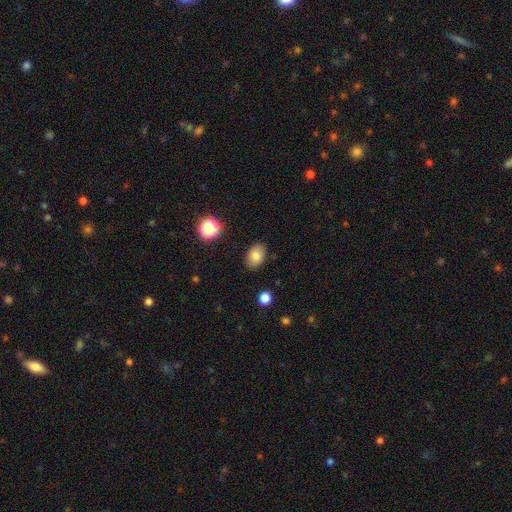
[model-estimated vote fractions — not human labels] smooth_or_featured: smooth (p=0.83) [alt: star or artifact p=0.10]
how_rounded: in between (p=0.78) [alt: round p=0.21]
merging: none (p=0.86) [alt: minor disturbance p=0.10]